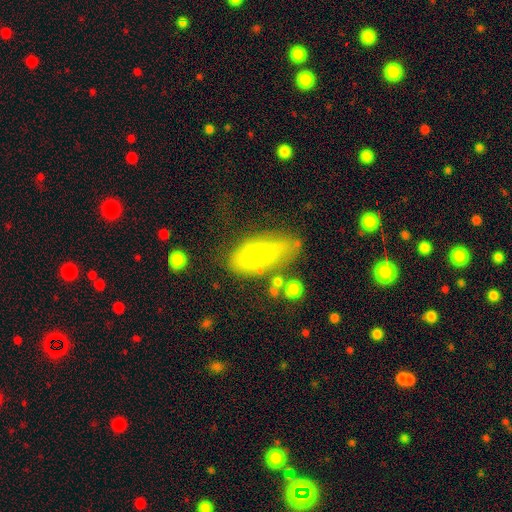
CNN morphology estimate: smooth_or_featured: smooth (p=0.62) [alt: featured or disk p=0.30]
how_rounded: in between (p=0.83) [alt: cigar-shaped p=0.13]
merging: none (p=0.43) [alt: minor disturbance p=0.30]